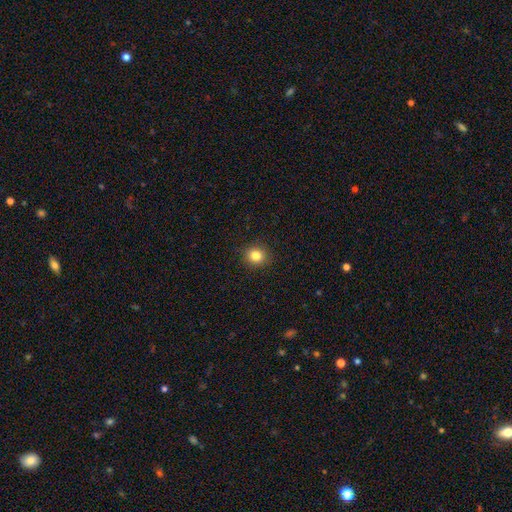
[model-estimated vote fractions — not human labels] The model was most divided on "how rounded": round: 82%, in between: 17%, cigar-shaped: 1%. More confident: merging — none (90%); smooth or featured — smooth (83%).